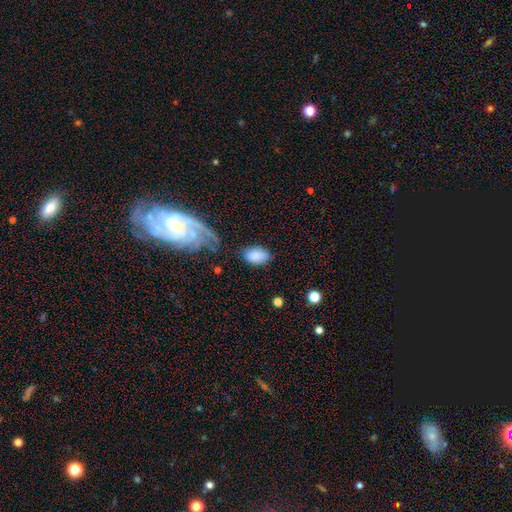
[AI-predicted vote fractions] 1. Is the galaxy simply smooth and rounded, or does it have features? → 82% smooth, 11% featured or disk, 7% star or artifact.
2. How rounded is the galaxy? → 92% in between, 6% round, 2% cigar-shaped.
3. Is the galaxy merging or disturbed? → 67% none, 21% minor disturbance, 7% major disturbance, 4% merger.